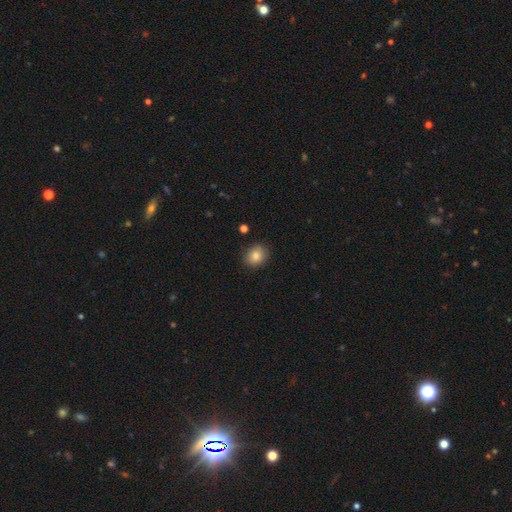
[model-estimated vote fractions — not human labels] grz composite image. It shows a smooth galaxy with no disk features (82%) that is round (60%). Merging: none (87%).